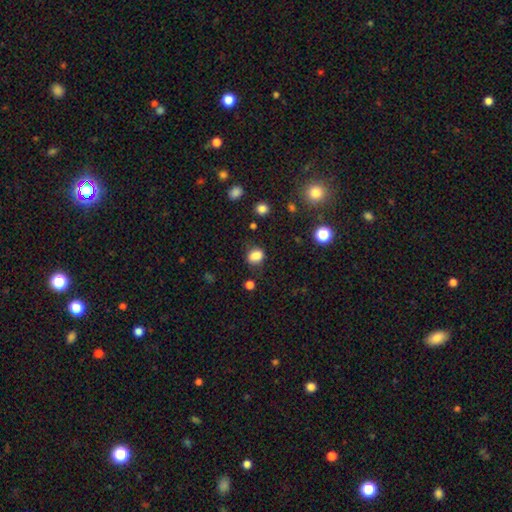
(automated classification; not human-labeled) Morphology: type=smooth (84%); roundness=in between (56%); merging=none (72%).